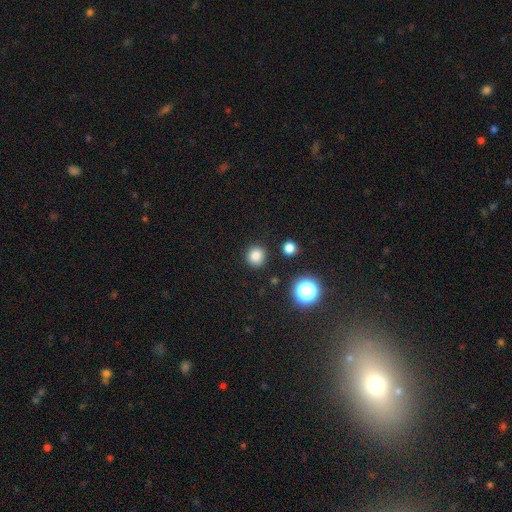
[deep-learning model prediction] Smooth or featured?
  - smooth: 82% *
  - star or artifact: 14%
  - featured or disk: 5%
How rounded?
  - round: 92% *
  - in between: 7%
  - cigar-shaped: 1%
Merging?
  - none: 89% *
  - minor disturbance: 6%
  - merger: 2%
  - major disturbance: 2%